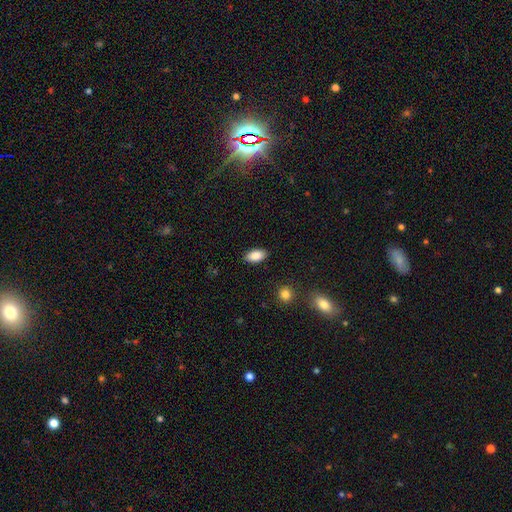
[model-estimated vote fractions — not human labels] Morphology: type=smooth (87%); roundness=in between (93%); merging=none (88%).